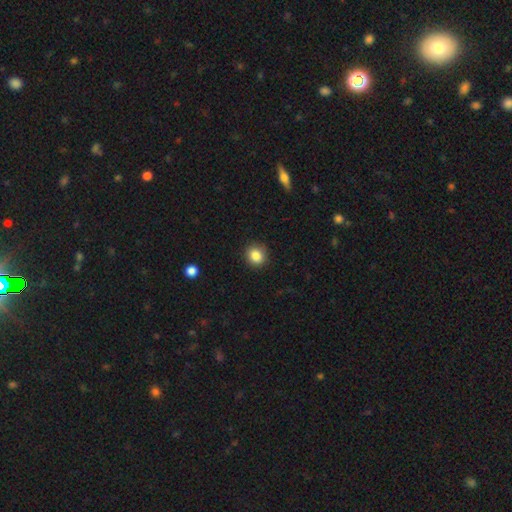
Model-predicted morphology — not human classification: A smooth galaxy with no disk features (85%) that is round (84%).

Vote fractions:
- Smooth or featured? smooth: 85% / star or artifact: 10% / featured or disk: 5%
- How rounded? round: 84% / in between: 15% / cigar-shaped: 1%
- Merging? none: 89% / minor disturbance: 7% / major disturbance: 2% / merger: 1%